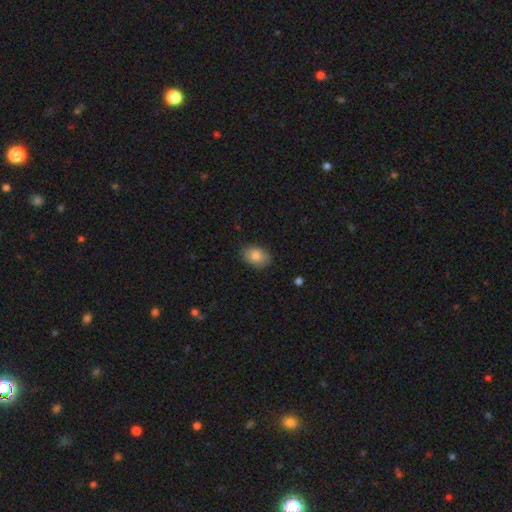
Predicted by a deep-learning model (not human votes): Smooth or featured? Predicted: smooth (p=0.83). How rounded? Predicted: in between (p=0.78). Merging? Predicted: none (p=0.85).